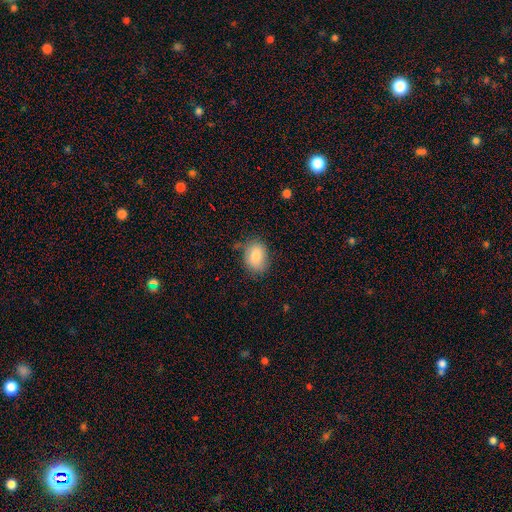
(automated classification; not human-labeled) A smooth galaxy with no disk features (84%) that is in between round and cigar-shaped (69%).

Vote fractions:
- Smooth or featured? smooth: 84% / featured or disk: 8% / star or artifact: 7%
- How rounded? in between: 69% / round: 30% / cigar-shaped: 1%
- Merging? none: 72% / minor disturbance: 20% / major disturbance: 5% / merger: 2%